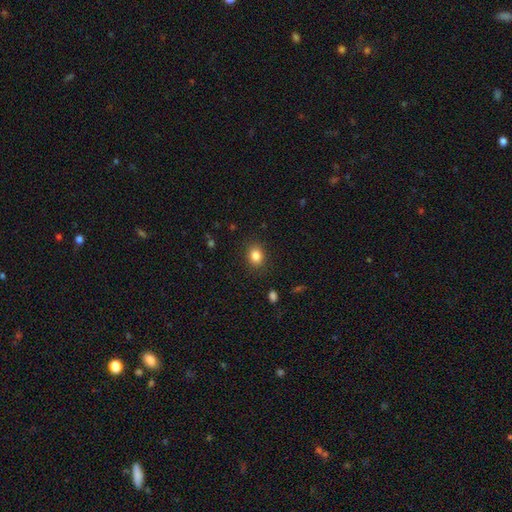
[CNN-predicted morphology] A smooth galaxy with no disk features (84%) that is round (55%). Merging: none (86%).